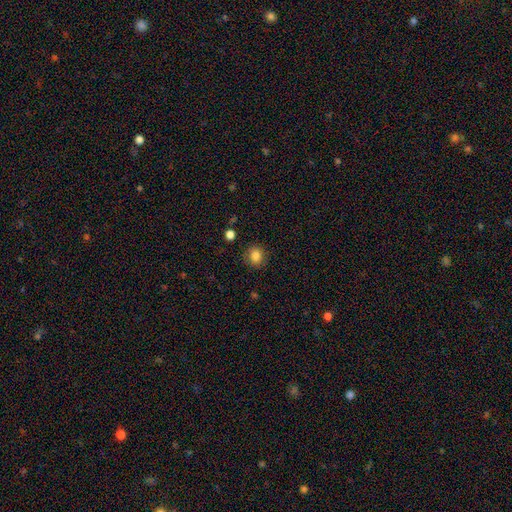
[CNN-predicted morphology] Q: Smooth or featured?
A: smooth (85%); runner-up: star or artifact (10%)
Q: How rounded?
A: round (78%); runner-up: in between (21%)
Q: Merging?
A: none (87%); runner-up: minor disturbance (9%)